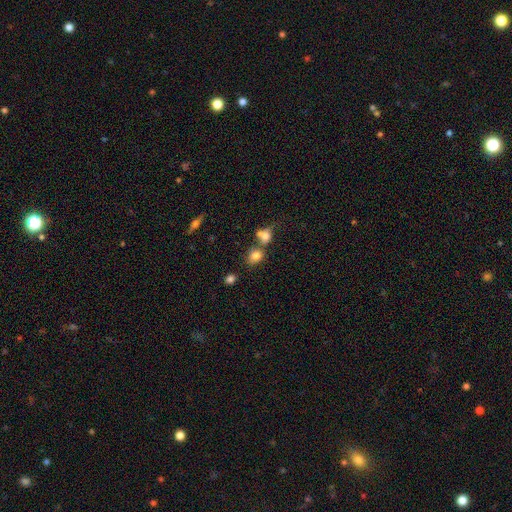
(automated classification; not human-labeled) The model was most divided on "how rounded" (2-way tie): in between: 49%, round: 49%, cigar-shaped: 2%. Remaining: smooth or featured — smooth (80%); merging — none (46%).